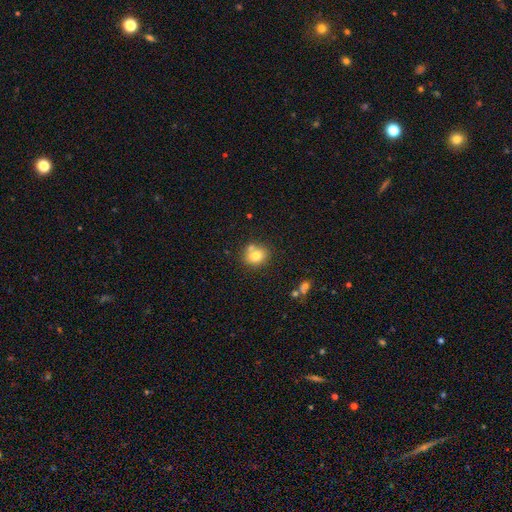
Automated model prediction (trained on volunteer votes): A smooth galaxy with no disk features (76%) that is round (72%). Merging: none (63%).